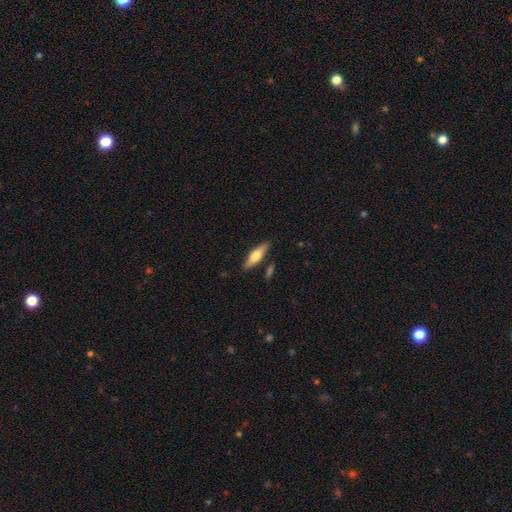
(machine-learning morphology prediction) A smooth galaxy with no disk features (52%) that is cigar-shaped (61%).

Vote fractions:
- Smooth or featured? smooth: 52% / featured or disk: 42% / star or artifact: 6%
- How rounded? cigar-shaped: 61% / in between: 37% / round: 2%
- Merging? none: 83% / minor disturbance: 11% / merger: 4% / major disturbance: 2%